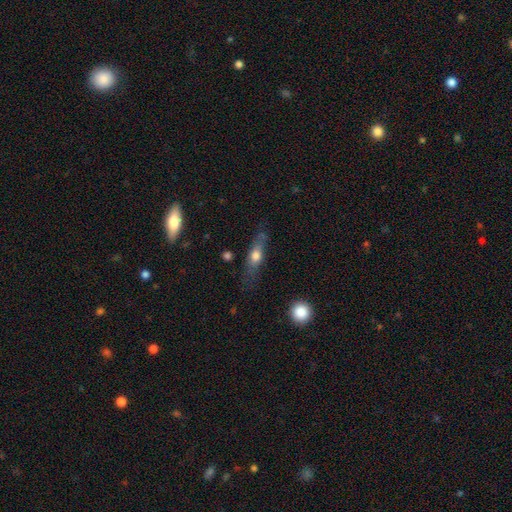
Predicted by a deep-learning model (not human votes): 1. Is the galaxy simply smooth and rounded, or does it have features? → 57% smooth, 36% featured or disk, 8% star or artifact.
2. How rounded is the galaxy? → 55% cigar-shaped, 39% in between, 6% round.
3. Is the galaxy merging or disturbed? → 63% none, 24% minor disturbance, 10% major disturbance, 3% merger.